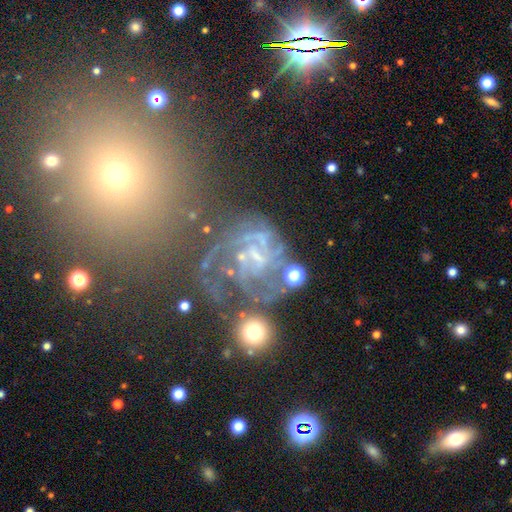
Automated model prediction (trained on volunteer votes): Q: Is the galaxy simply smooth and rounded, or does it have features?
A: featured or disk — 67%.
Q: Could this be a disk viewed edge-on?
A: no — 97%.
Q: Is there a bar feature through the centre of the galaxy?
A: no — 50%.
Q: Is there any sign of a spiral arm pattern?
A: yes — 81%.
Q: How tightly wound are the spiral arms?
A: tight — 44%.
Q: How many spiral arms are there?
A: can't tell — 33%.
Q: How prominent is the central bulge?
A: small — 47%.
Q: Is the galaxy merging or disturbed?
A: none — 43%.